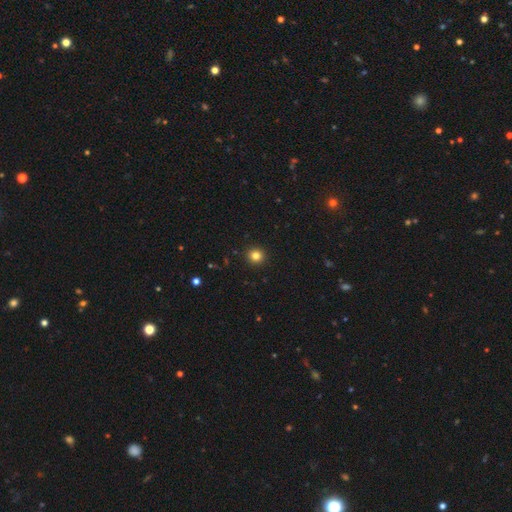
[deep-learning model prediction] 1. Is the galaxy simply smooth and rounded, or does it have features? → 82% smooth, 12% star or artifact, 5% featured or disk.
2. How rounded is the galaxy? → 93% round, 6% in between, 1% cigar-shaped.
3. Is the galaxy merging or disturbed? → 93% none, 4% minor disturbance, 2% major disturbance, 1% merger.